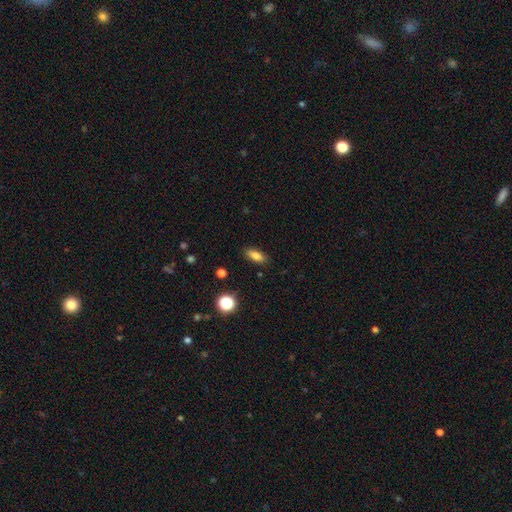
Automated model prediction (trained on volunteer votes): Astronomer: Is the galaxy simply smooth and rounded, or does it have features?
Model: smooth — 81%.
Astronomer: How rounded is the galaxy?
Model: in between — 78%.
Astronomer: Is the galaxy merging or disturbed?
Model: none — 87%.